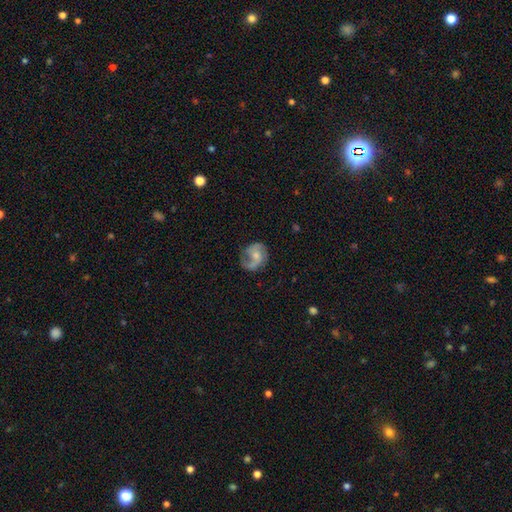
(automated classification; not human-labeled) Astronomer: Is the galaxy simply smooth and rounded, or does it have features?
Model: featured or disk — 73%.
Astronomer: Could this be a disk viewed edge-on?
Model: no — 98%.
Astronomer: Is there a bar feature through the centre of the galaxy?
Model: no — 57% (runner-up: weak, 36%).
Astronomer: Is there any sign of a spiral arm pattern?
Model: yes — 93%.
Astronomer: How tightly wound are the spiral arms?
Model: medium — 48% (runner-up: loose, 33%).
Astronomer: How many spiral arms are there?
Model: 2 — 75%.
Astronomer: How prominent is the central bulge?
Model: moderate — 46% (runner-up: small, 43%).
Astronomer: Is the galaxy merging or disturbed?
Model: none — 63%.